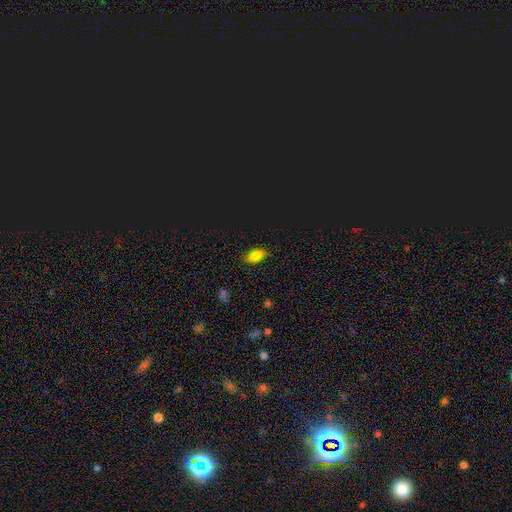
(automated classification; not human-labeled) The model was most divided on "smooth or featured": smooth: 78%, star or artifact: 15%, featured or disk: 6%. More confident: how rounded — in between (91%); merging — none (83%).